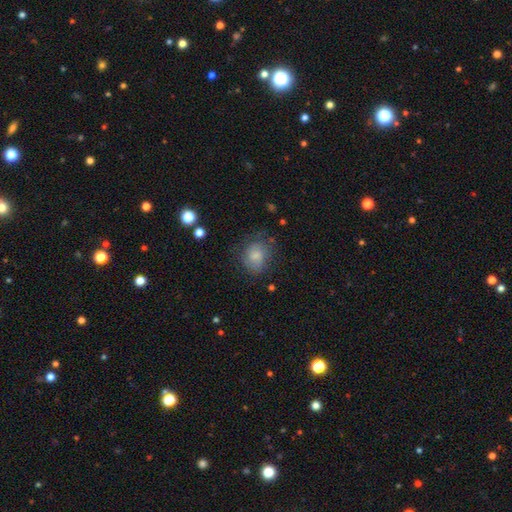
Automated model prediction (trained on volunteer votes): Smooth or featured: smooth — 69% (featured or disk — 21%)
How rounded: round — 64% (in between — 35%)
Merging: none — 63% (minor disturbance — 23%)